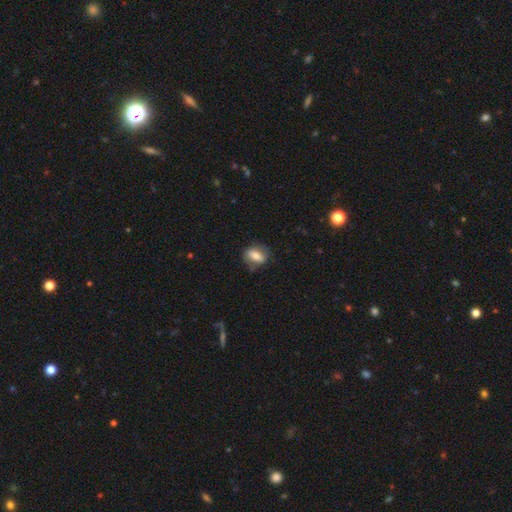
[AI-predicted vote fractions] This is likely a smooth galaxy (71%). How rounded: likely in between (77%). Merging: likely none (73%).